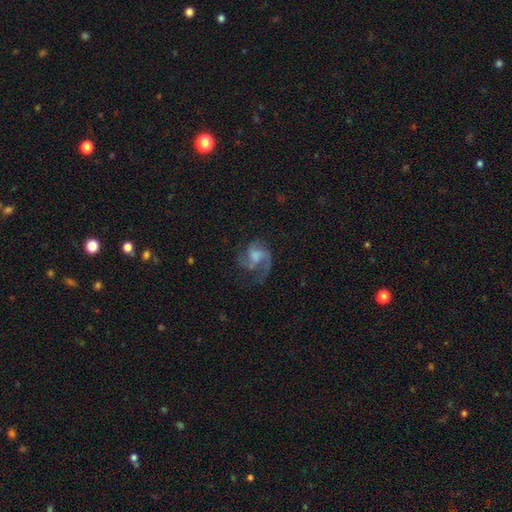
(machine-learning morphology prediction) This appears to be a featured or disk galaxy (78%) with no bar (54%), 2 (34%) medium (50%) spiral arms (94%) and a moderate central bulge (38%). Merging: none (52%).